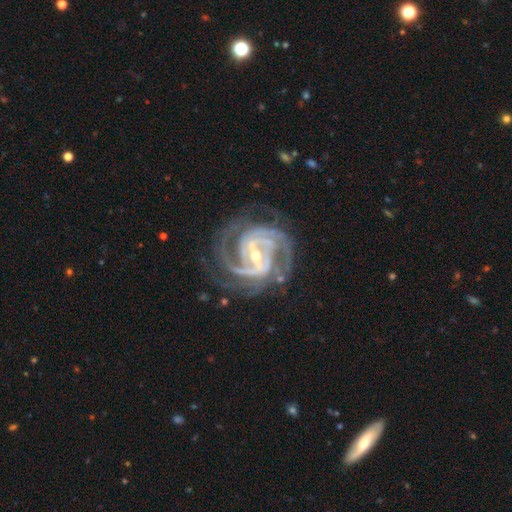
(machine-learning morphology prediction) type=featured or disk (93%); edge-on=no (98%); bar=strong (55%); spiral arms=yes (99%); winding=tight (59%); arm count=3 (34%); bulge=small (61%); merging=none (74%).